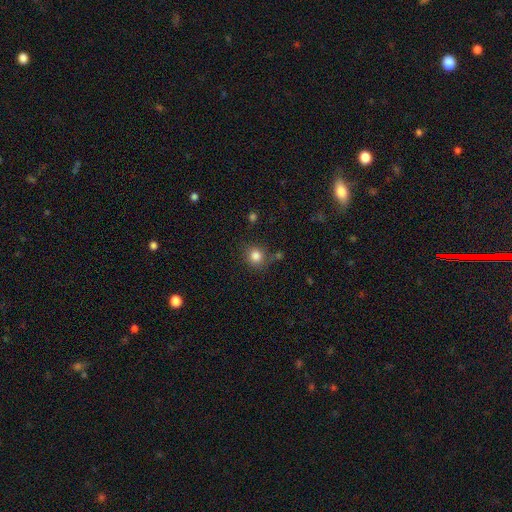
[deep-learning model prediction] The model was most divided on "merging": none: 77%, minor disturbance: 14%, merger: 5%, major disturbance: 4%. More confident: how rounded — round (86%); smooth or featured — smooth (83%).